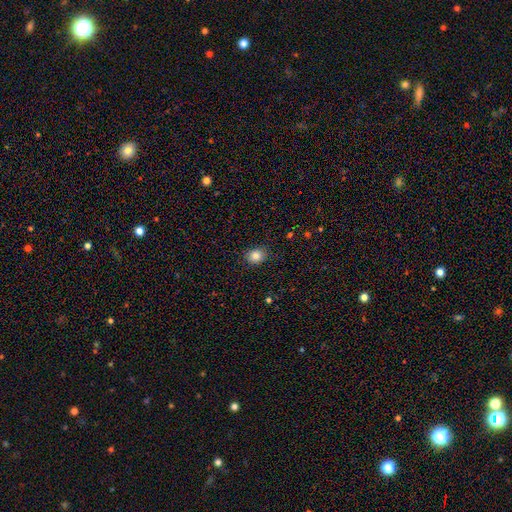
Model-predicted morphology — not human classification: This is clearly a smooth galaxy (84%). How rounded: possibly round (56%). Merging: clearly none (87%).